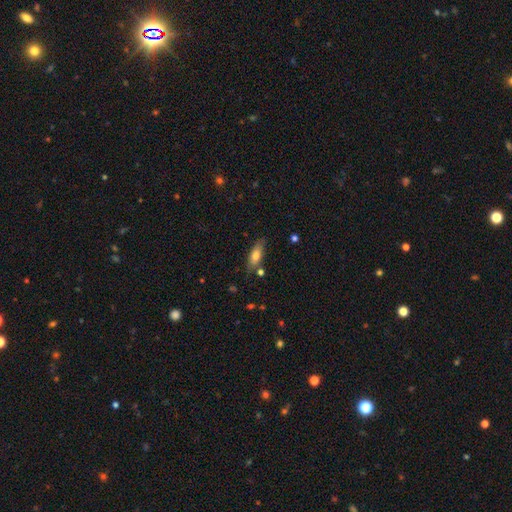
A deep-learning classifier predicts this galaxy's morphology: Smooth or featured? Predicted: smooth (p=0.70). How rounded? Predicted: in between (p=0.68). Merging? Predicted: none (p=0.73).